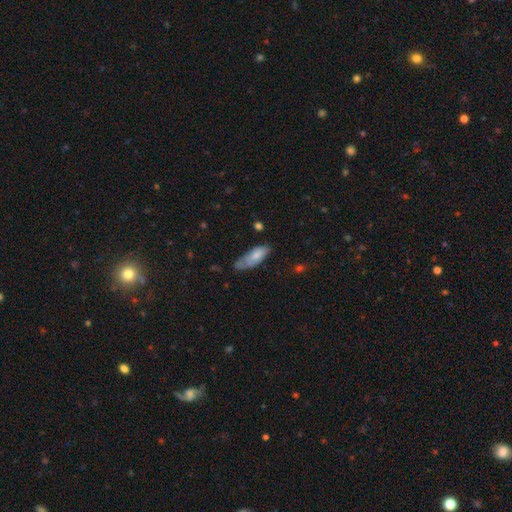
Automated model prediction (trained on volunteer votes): Overall: smooth (74%). How rounded: in between (73%). Merging: none (44%; minor disturbance 39%).